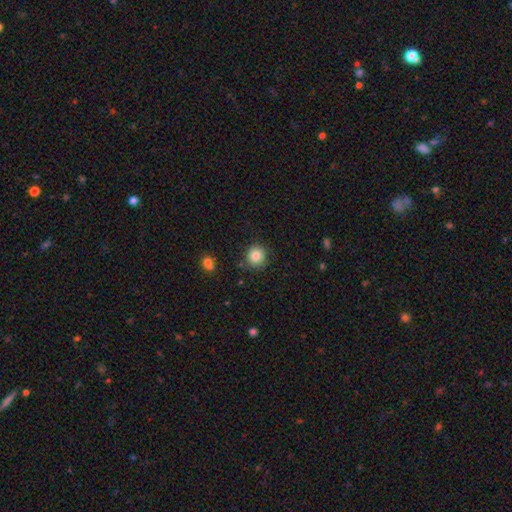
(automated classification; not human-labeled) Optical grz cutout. It shows a smooth galaxy with no disk features (85%) that is round (90%). Merging: none (86%).